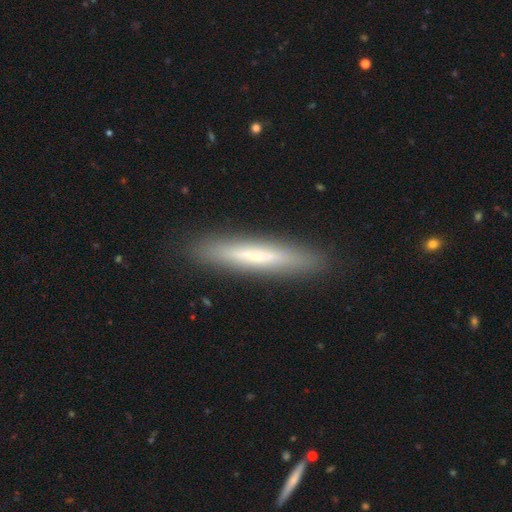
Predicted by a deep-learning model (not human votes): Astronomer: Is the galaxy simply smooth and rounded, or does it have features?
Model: smooth — 53% (runner-up: featured or disk, 40%).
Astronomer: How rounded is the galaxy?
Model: cigar-shaped — 92%.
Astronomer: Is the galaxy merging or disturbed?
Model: none — 89%.